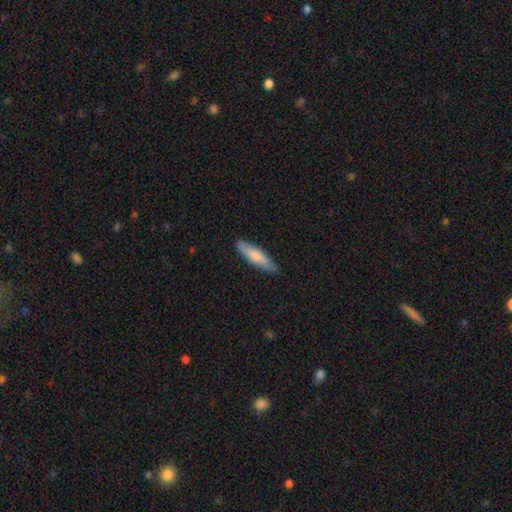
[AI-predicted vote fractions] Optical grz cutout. It shows a smooth galaxy with no disk features (76%) that is cigar-shaped (77%). Merging: none (88%).